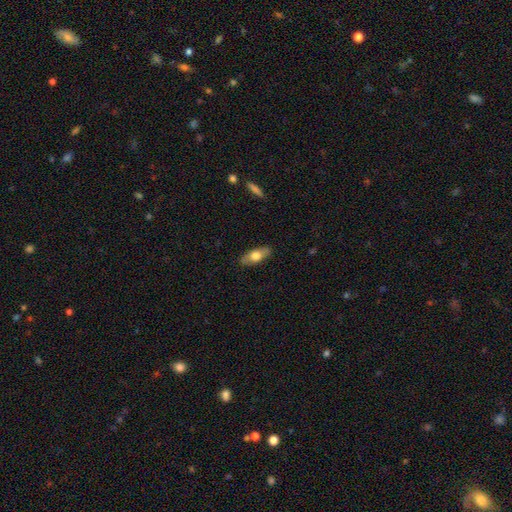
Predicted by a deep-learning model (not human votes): A smooth galaxy with no disk features (65%) that is in between round and cigar-shaped (76%). Merging: none (87%).